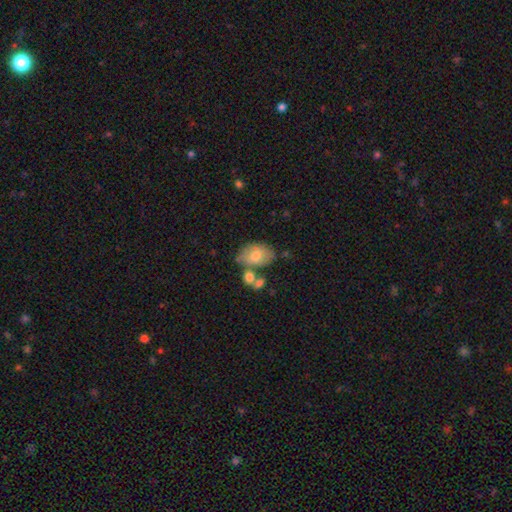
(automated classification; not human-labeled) This appears to be a smooth galaxy with no disk features (70%) that is in between round and cigar-shaped (84%). Merging: none (50%).